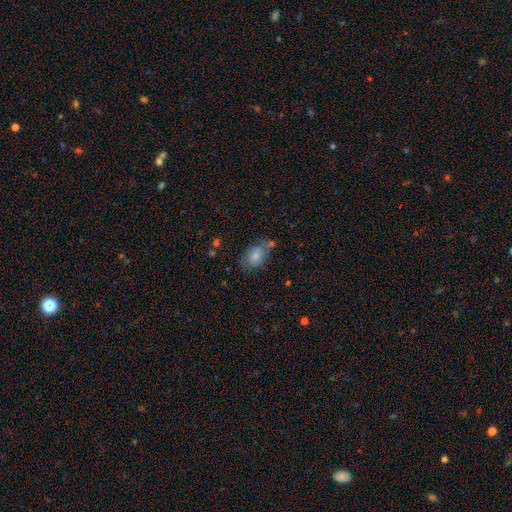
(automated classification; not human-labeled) Overall: smooth (75%). How rounded: in between (73%). Merging: none (49%; minor disturbance 26%).